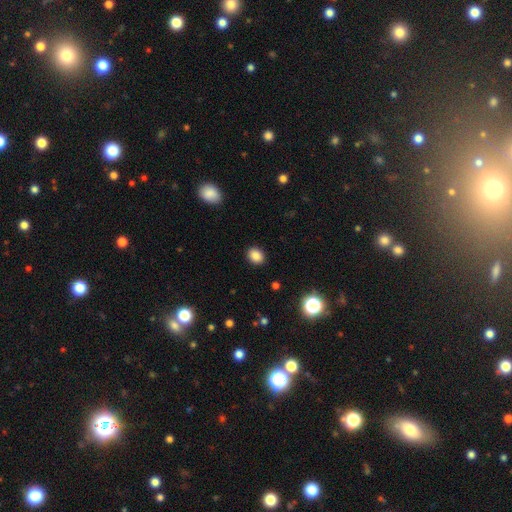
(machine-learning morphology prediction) A smooth galaxy with no disk features (85%) that is round (51%).

Vote fractions:
- Smooth or featured? smooth: 85% / star or artifact: 11% / featured or disk: 4%
- How rounded? round: 51% / in between: 48% / cigar-shaped: 1%
- Merging? none: 90% / minor disturbance: 7% / major disturbance: 2% / merger: 1%